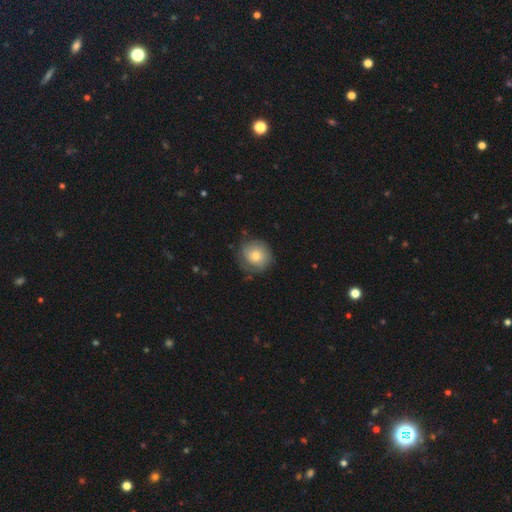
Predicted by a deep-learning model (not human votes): Q: Smooth or featured?
A: smooth (72%); runner-up: featured or disk (20%)
Q: How rounded?
A: round (89%); runner-up: in between (10%)
Q: Merging?
A: none (69%); runner-up: minor disturbance (23%)